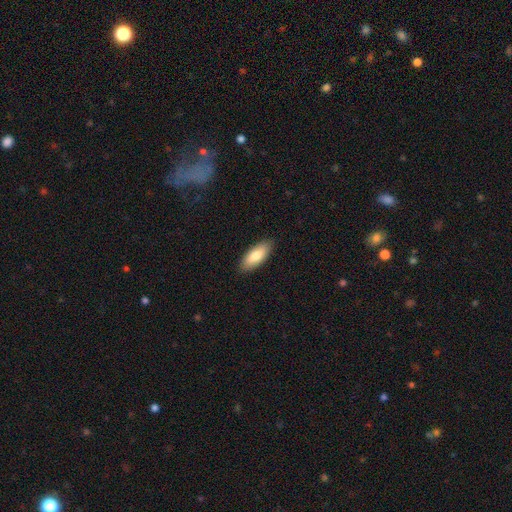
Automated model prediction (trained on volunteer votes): smooth_or_featured: smooth (p=0.82) [alt: featured or disk p=0.12]
how_rounded: in between (p=0.78) [alt: cigar-shaped p=0.20]
merging: none (p=0.89) [alt: minor disturbance p=0.09]